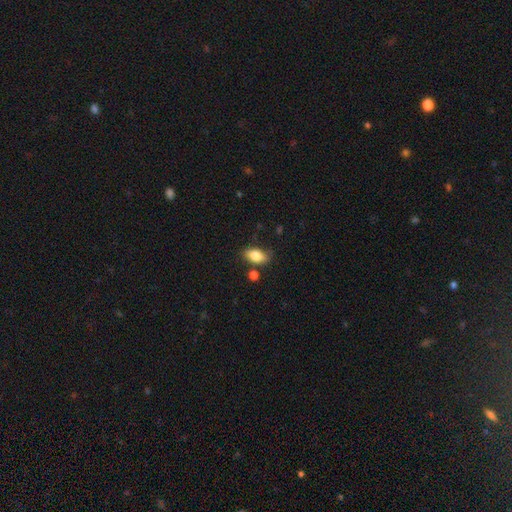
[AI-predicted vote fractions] This appears to be a smooth galaxy with no disk features (83%) that is in between round and cigar-shaped (90%). Merging: none (72%).